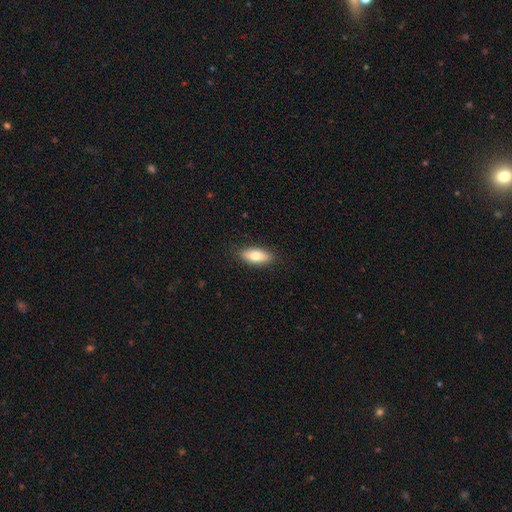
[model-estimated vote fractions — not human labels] This appears to be a smooth galaxy with no disk features (78%) that is in between round and cigar-shaped (79%). Merging: none (87%).